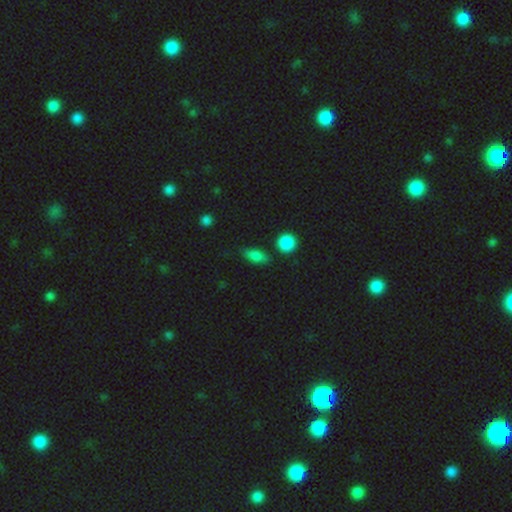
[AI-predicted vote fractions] Smooth or featured? smooth (79%)
How rounded? in between (75%)
Merging? none (76%)